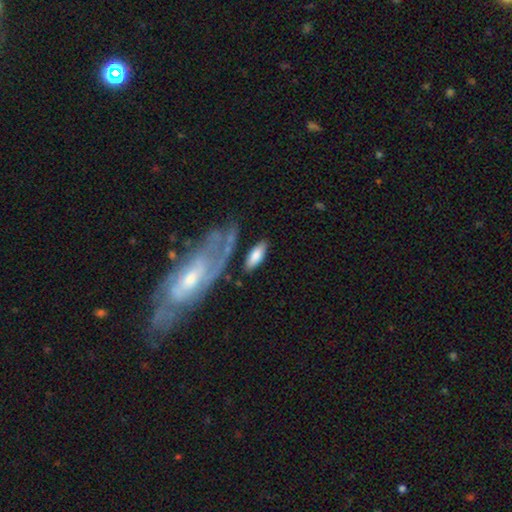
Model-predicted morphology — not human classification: This appears to be a smooth galaxy with no disk features (76%) that is in between round and cigar-shaped (74%). Merging: none (70%).